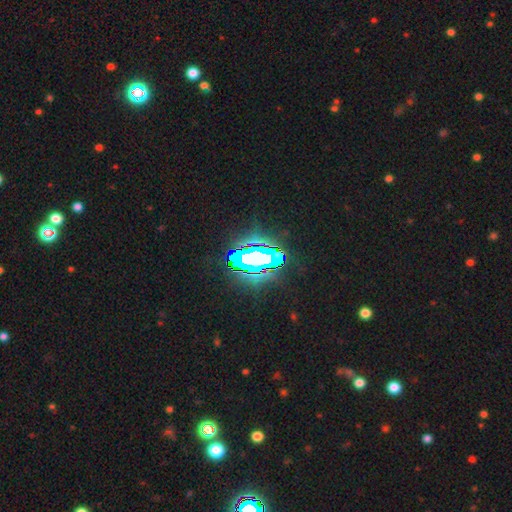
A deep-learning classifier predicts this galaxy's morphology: This appears to be a star or artifact, not a galaxy (70%).